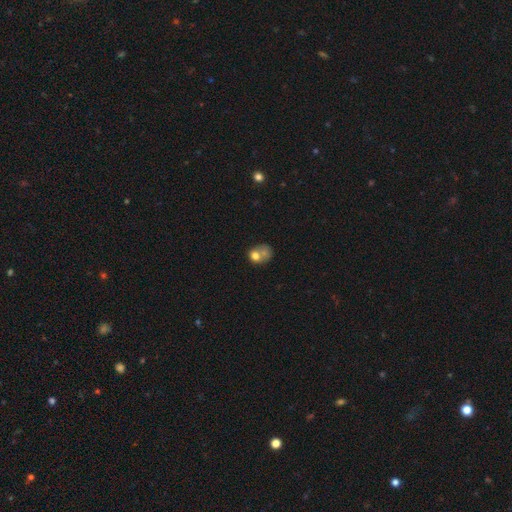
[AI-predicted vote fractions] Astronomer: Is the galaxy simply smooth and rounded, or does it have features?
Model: smooth — 66%.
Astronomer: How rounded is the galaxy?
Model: round — 55% (runner-up: in between, 44%).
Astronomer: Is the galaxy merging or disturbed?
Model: merger — 47% (runner-up: none, 26%).